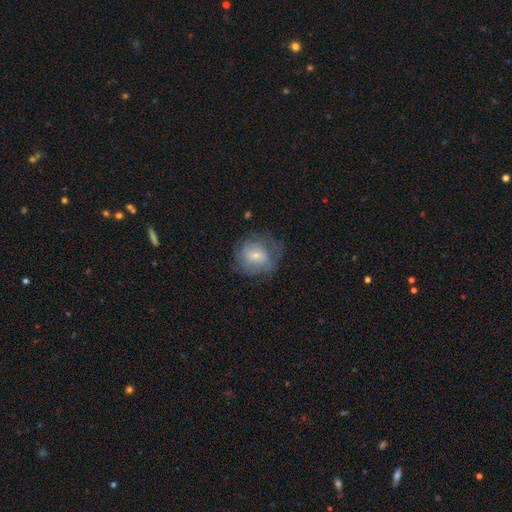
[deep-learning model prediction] The model was most divided on "smooth or featured" (2-way tie): smooth: 45%, featured or disk: 45%, star or artifact: 9%. More confident: merging — none (61%).